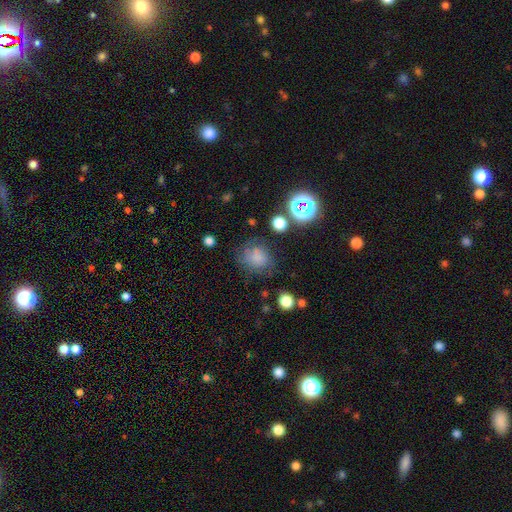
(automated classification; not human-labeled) smooth_or_featured: smooth (p=0.61) [alt: star or artifact p=0.21]
how_rounded: round (p=0.72) [alt: in between p=0.27]
merging: none (p=0.65) [alt: minor disturbance p=0.21]